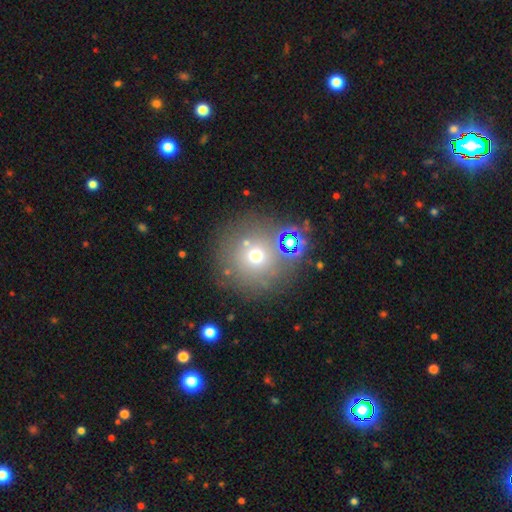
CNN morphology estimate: A smooth galaxy with no disk features (54%) that is round (94%). Merging: none (78%).